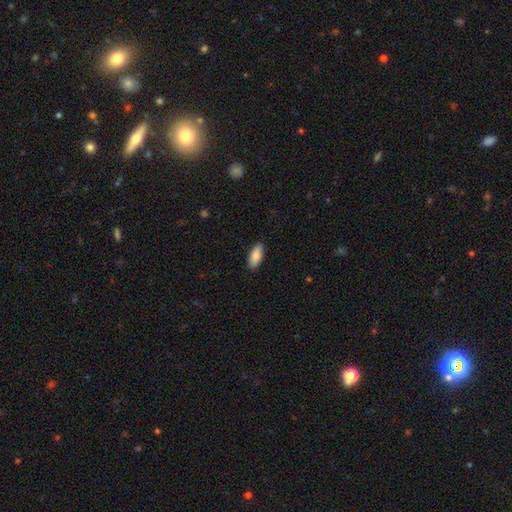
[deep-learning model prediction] smooth-or-featured: smooth: 86% | featured or disk: 8% | star or artifact: 6%
  how-rounded: in between: 84% | cigar-shaped: 14% | round: 2%
  merging: none: 88% | minor disturbance: 9% | major disturbance: 2% | merger: 1%